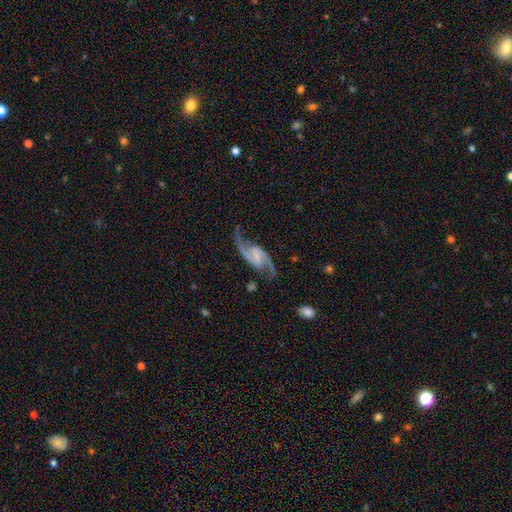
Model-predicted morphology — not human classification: Q: Smooth or featured?
A: featured or disk (93%); runner-up: star or artifact (4%)
Q: Edge-on disk?
A: no (98%); runner-up: yes (2%)
Q: Bar?
A: weak (46%); runner-up: strong (33%)
Q: Spiral arms?
A: yes (98%); runner-up: no (2%)
Q: Spiral winding?
A: loose (51%); runner-up: medium (41%)
Q: Spiral arm count?
A: 2 (95%); runner-up: can't tell (1%)
Q: Bulge size?
A: small (53%); runner-up: none (27%)
Q: Merging?
A: none (78%); runner-up: minor disturbance (13%)